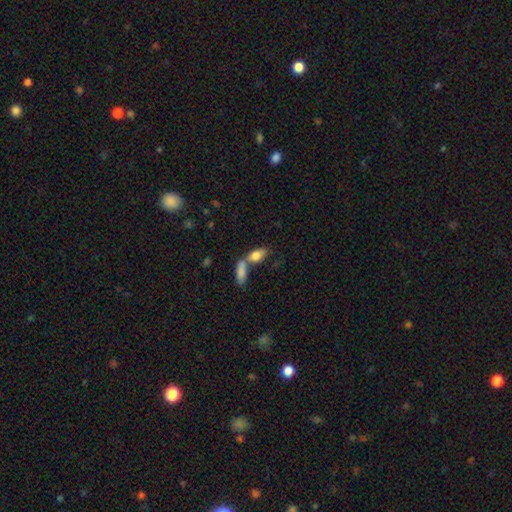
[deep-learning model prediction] Smooth or featured: smooth — 80% (featured or disk — 13%)
How rounded: in between — 83% (cigar-shaped — 13%)
Merging: merger — 50% (none — 37%)